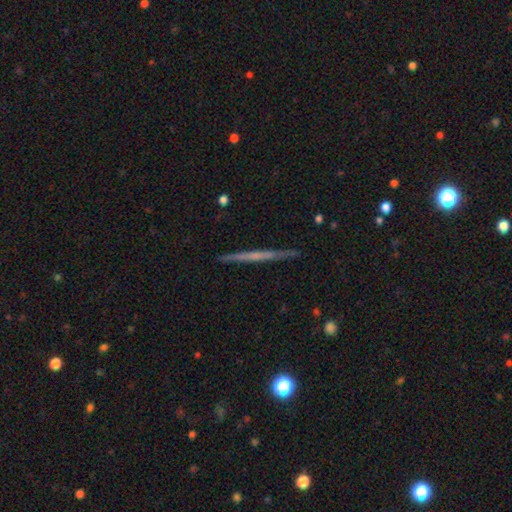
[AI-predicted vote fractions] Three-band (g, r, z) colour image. It shows a featured or disk galaxy (62%) viewed edge-on (98%) with no central bulge (81%). Merging: none (91%).